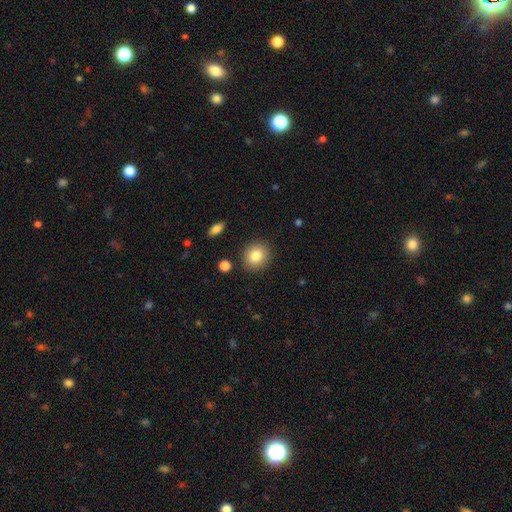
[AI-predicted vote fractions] Smooth or featured? Predicted: smooth (p=0.82). How rounded? Predicted: round (p=0.78). Merging? Predicted: none (p=0.88).